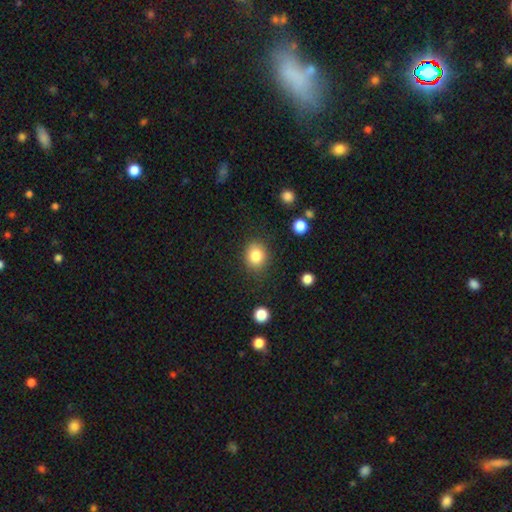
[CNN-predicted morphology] Overall: smooth (83%). How rounded: round (66%; in between 33%). Merging: none (85%).